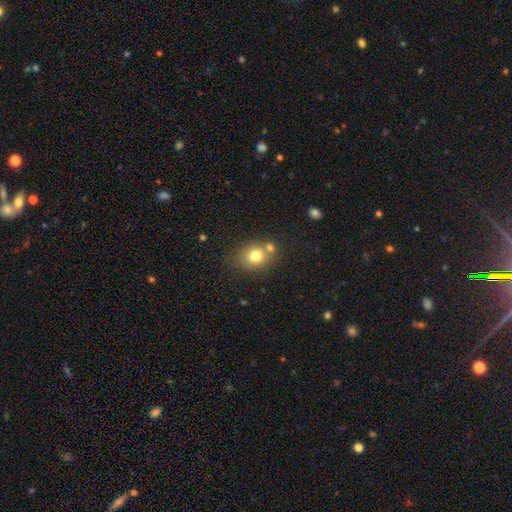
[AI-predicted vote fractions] Smooth or featured?
  - smooth: 76% *
  - featured or disk: 12%
  - star or artifact: 11%
How rounded?
  - round: 66% *
  - in between: 34%
  - cigar-shaped: 1%
Merging?
  - none: 58% *
  - merger: 25%
  - minor disturbance: 13%
  - major disturbance: 4%